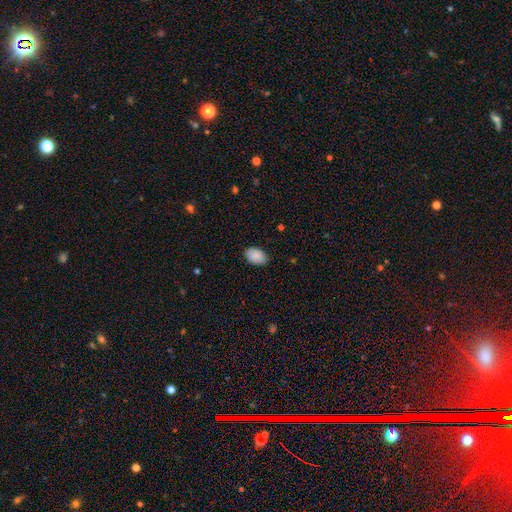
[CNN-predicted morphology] This appears to be a smooth galaxy with no disk features (90%) that is in between round and cigar-shaped (88%). Merging: none (86%).